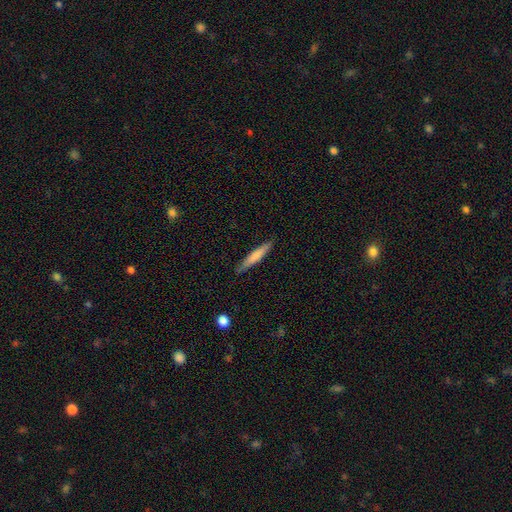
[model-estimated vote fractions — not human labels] Morphology: type=smooth (68%); roundness=cigar-shaped (93%); merging=none (88%).